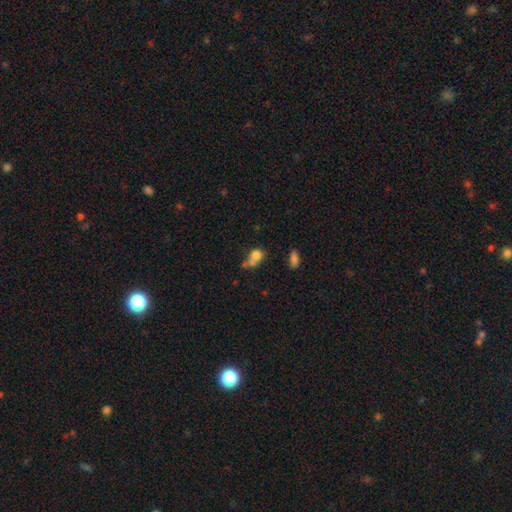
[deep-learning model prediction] This is likely a smooth galaxy (74%). How rounded: likely round (64%). Merging: marginally merger (44%).